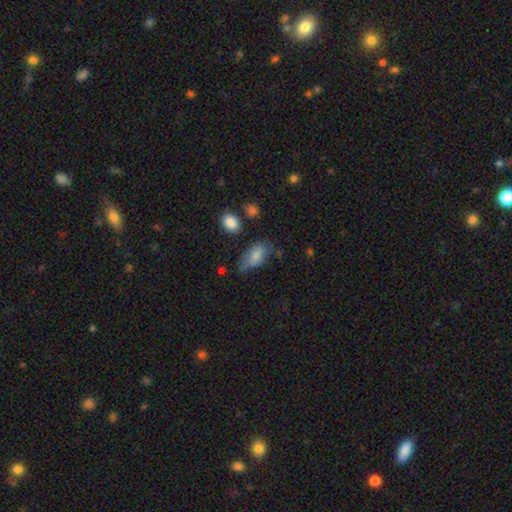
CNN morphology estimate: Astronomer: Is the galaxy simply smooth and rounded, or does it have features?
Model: smooth — 76%.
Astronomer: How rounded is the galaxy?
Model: in between — 89%.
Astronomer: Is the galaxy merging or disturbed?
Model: none — 52% (runner-up: minor disturbance, 33%).